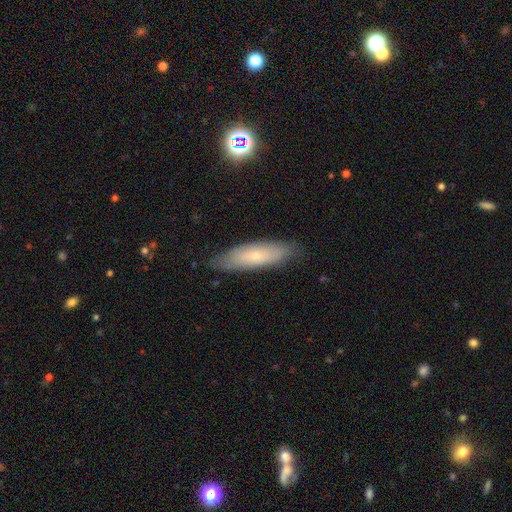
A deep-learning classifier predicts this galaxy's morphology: Smooth or featured?
  - smooth: 61% *
  - featured or disk: 32%
  - star or artifact: 7%
How rounded?
  - cigar-shaped: 58% *
  - in between: 40%
  - round: 2%
Merging?
  - none: 80% *
  - minor disturbance: 15%
  - major disturbance: 3%
  - merger: 1%